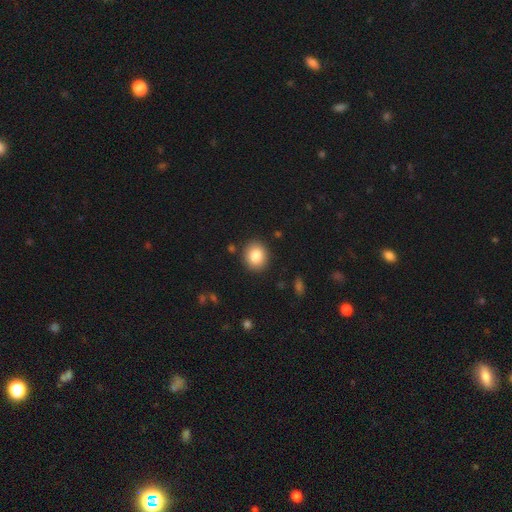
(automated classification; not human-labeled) Morphology: type=smooth (83%); roundness=round (71%); merging=none (89%).